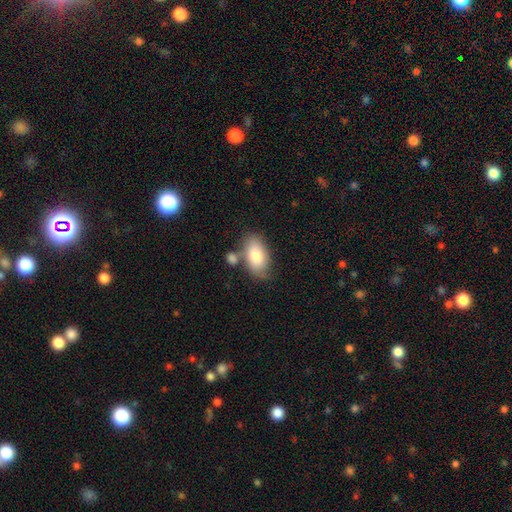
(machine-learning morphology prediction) This appears to be a smooth galaxy with no disk features (79%) that is in between round and cigar-shaped (93%). Merging: none (56%).